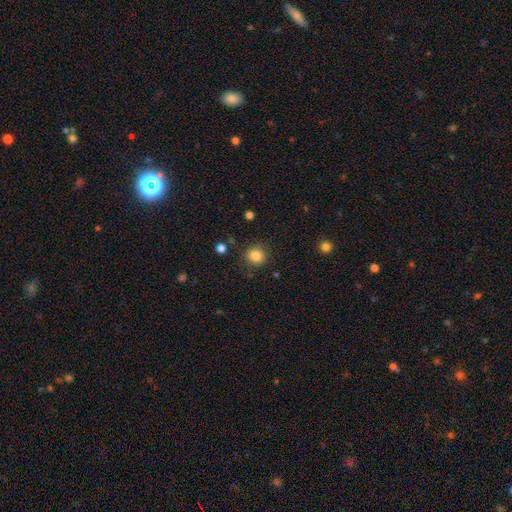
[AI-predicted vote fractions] Q: Smooth or featured?
A: smooth (85%); runner-up: star or artifact (11%)
Q: How rounded?
A: round (89%); runner-up: in between (10%)
Q: Merging?
A: none (86%); runner-up: minor disturbance (9%)